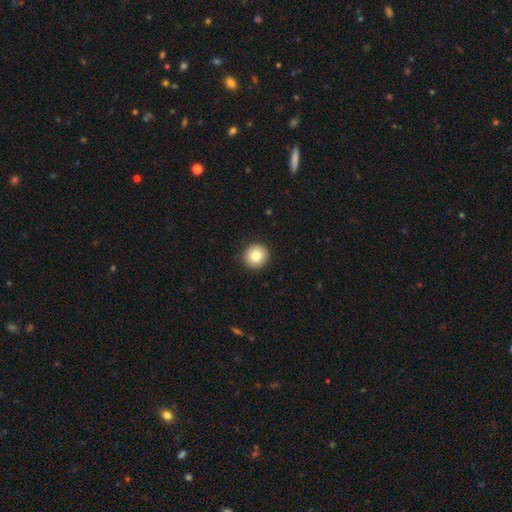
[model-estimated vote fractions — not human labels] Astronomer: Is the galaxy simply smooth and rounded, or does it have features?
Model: smooth — 81%.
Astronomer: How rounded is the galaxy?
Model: round — 92%.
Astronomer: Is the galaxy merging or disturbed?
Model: none — 92%.